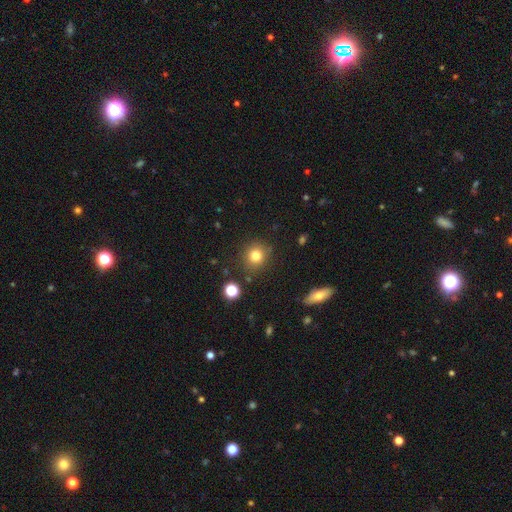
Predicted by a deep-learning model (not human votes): Morphology: type=smooth (80%); roundness=round (88%); merging=none (85%).